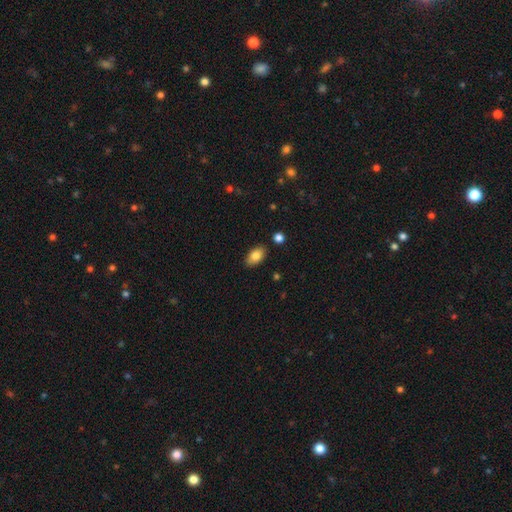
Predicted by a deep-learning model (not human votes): smooth-or-featured: smooth: 82% | featured or disk: 11% | star or artifact: 8%
  how-rounded: in between: 92% | round: 5% | cigar-shaped: 2%
  merging: none: 86% | minor disturbance: 10% | merger: 2% | major disturbance: 2%